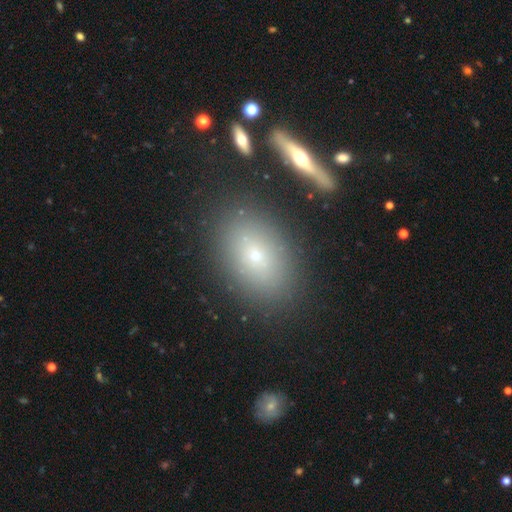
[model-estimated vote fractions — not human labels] This appears to be a smooth galaxy with no disk features (64%) that is in between round and cigar-shaped (77%). Merging: none (81%).